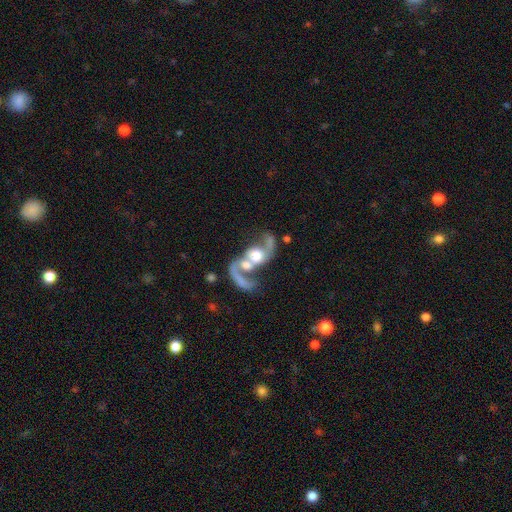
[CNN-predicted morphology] Q: Smooth or featured?
A: featured or disk (79%); runner-up: smooth (14%)
Q: Edge-on disk?
A: no (96%); runner-up: yes (4%)
Q: Bar?
A: no (65%); runner-up: weak (24%)
Q: Spiral arms?
A: yes (89%); runner-up: no (11%)
Q: Spiral winding?
A: loose (67%); runner-up: medium (27%)
Q: Spiral arm count?
A: 2 (85%); runner-up: 1 (9%)
Q: Bulge size?
A: moderate (48%); runner-up: large (34%)
Q: Merging?
A: merger (59%); runner-up: none (20%)